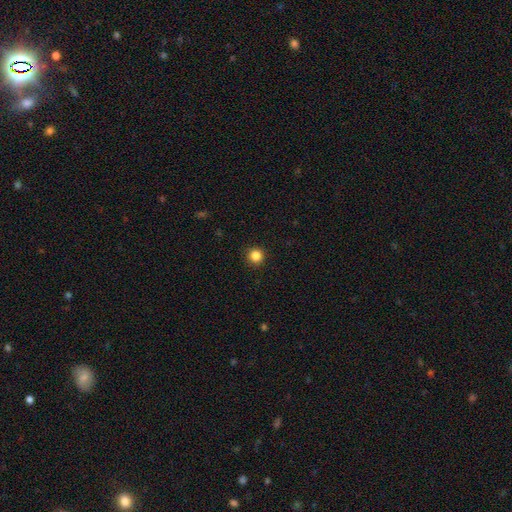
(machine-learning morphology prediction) Smooth or featured? smooth (85%)
How rounded? round (95%)
Merging? none (93%)